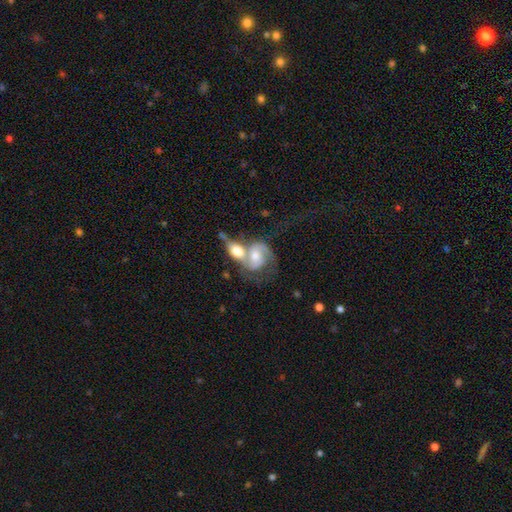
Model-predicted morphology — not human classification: featured or disk 68%, smooth 27%, star or artifact 6%. Down the decision tree: edge-on disk — no (96%); bar — no (63%); spiral arms — yes (87%); spiral arm count — 2 (75%); spiral winding — medium (46%); bulge size — moderate (57%); merging — merger (73%).